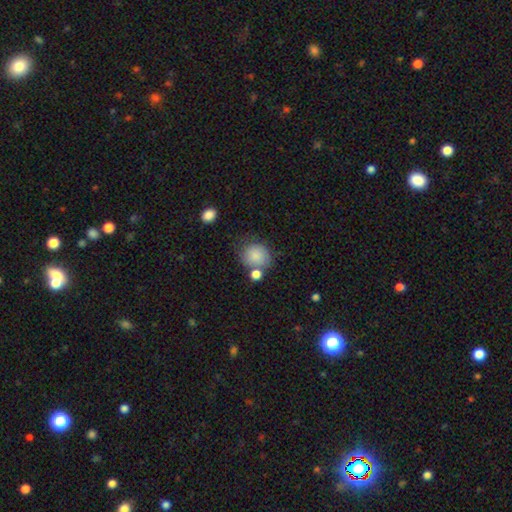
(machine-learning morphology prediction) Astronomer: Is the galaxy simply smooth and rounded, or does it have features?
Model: smooth — 84%.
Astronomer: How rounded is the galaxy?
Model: round — 75%.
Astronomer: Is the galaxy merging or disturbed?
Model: none — 58%.